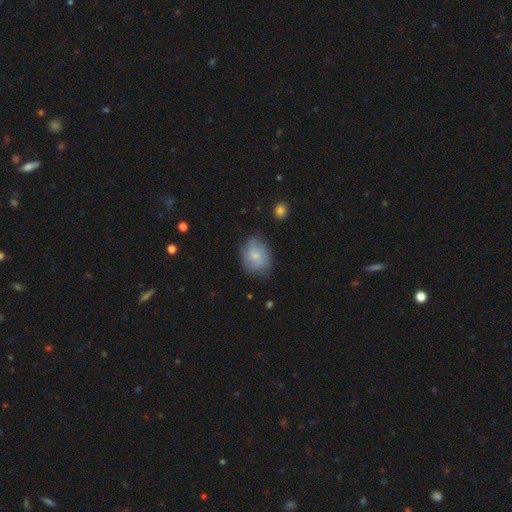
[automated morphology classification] Smooth or featured? Predicted: smooth (p=0.57). How rounded? Predicted: in between (p=0.66). Merging? Predicted: none (p=0.62).